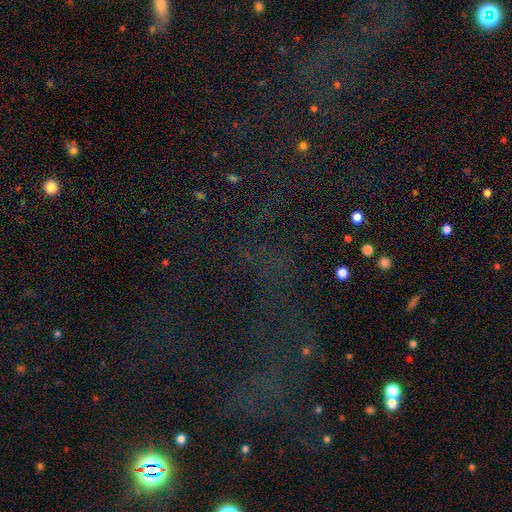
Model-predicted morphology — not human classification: The model was most divided on "smooth or featured": star or artifact: 72%, smooth: 16%, featured or disk: 12%.